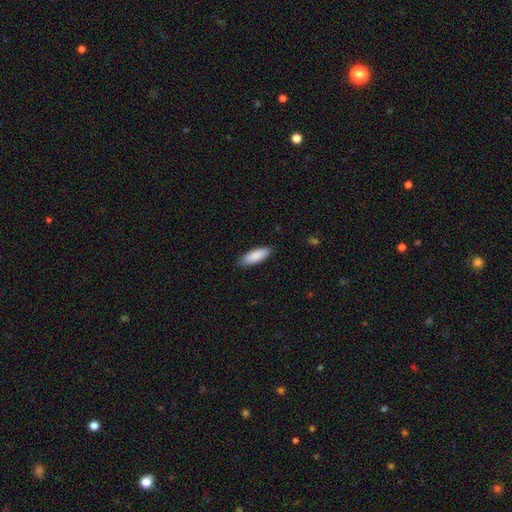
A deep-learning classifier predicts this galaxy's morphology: Smooth or featured?
  - smooth: 89% *
  - featured or disk: 6%
  - star or artifact: 6%
How rounded?
  - in between: 70% *
  - cigar-shaped: 29%
  - round: 2%
Merging?
  - none: 85% *
  - minor disturbance: 12%
  - major disturbance: 2%
  - merger: 1%